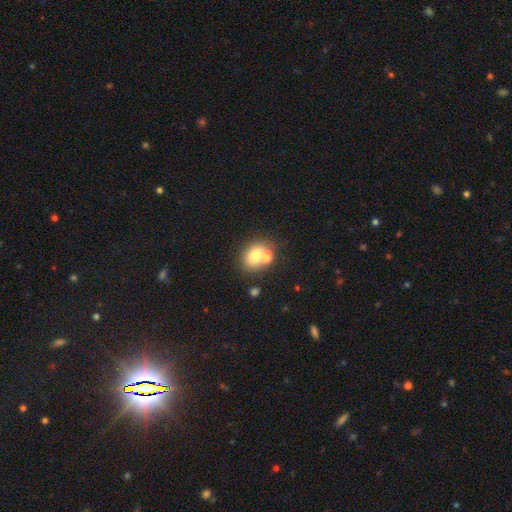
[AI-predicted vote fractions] Smooth or featured? smooth (71%)
How rounded? in between (51%)
Merging? none (45%)